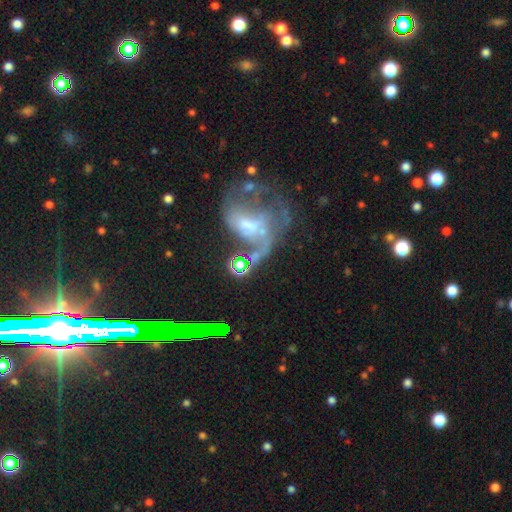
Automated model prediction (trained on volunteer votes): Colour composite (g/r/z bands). It shows a featured or disk galaxy (53%) with no bar (60%), spiral arms (52%) and a moderate central bulge (31%). Merging: major disturbance (37%).